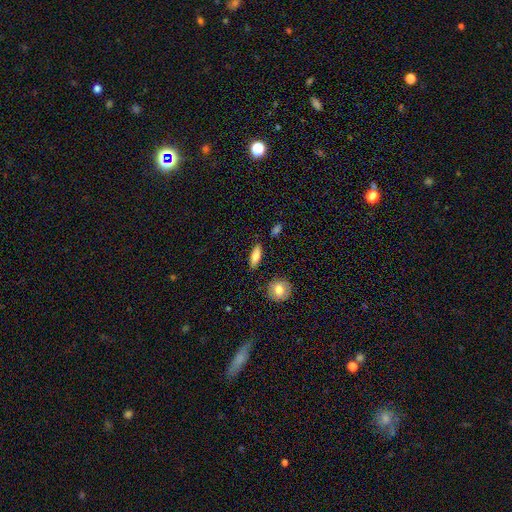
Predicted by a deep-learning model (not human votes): A smooth galaxy with no disk features (74%) that is in between round and cigar-shaped (58%). Merging: none (86%).